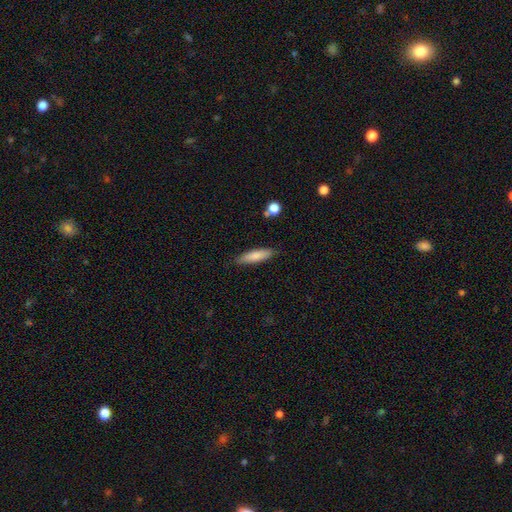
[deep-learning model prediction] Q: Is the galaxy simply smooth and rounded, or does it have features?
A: smooth — 80%.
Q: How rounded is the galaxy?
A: cigar-shaped — 70%.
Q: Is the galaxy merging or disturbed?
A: none — 86%.